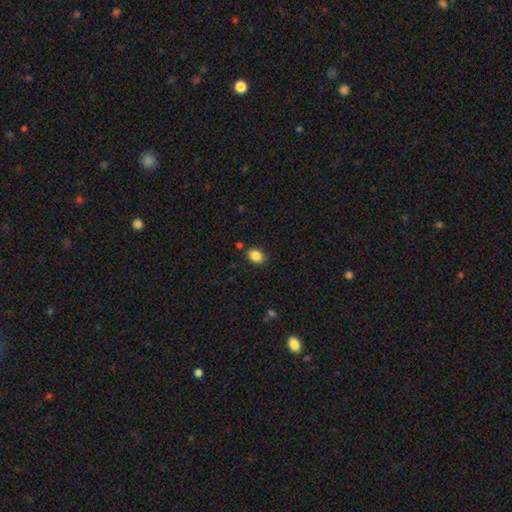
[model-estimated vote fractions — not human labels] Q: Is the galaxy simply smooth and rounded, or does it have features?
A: smooth — 85%.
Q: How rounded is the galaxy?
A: in between — 57%.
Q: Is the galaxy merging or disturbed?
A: none — 83%.